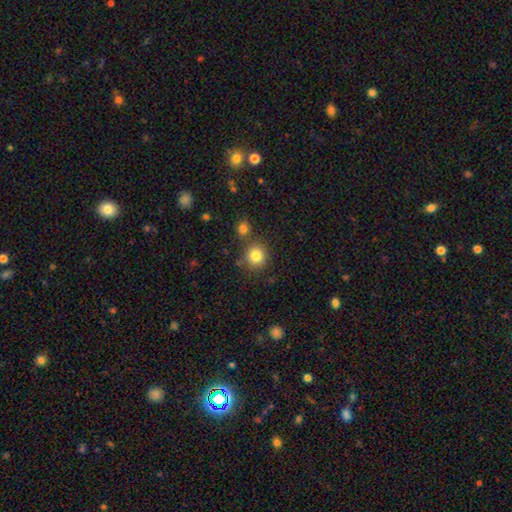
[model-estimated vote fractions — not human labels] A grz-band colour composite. It shows a smooth galaxy with no disk features (82%) that is round (90%). Merging: none (77%).